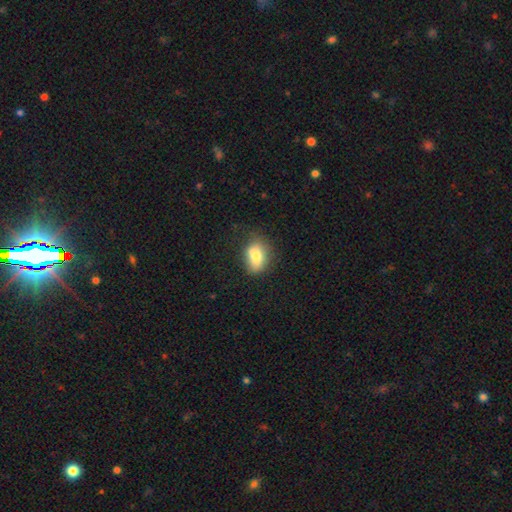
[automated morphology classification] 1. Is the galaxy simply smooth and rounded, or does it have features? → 77% smooth, 14% featured or disk, 9% star or artifact.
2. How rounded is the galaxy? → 79% in between, 18% round, 2% cigar-shaped.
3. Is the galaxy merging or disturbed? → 61% none, 28% minor disturbance, 9% major disturbance, 3% merger.